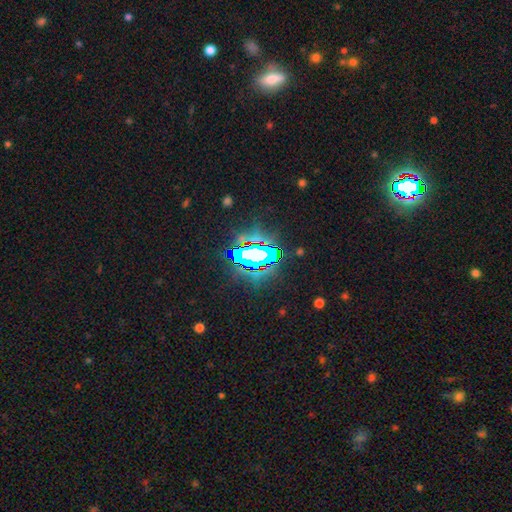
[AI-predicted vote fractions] A star or artifact, not a galaxy (68%).